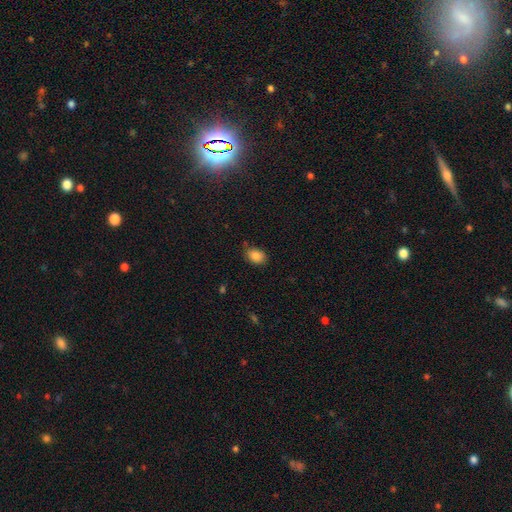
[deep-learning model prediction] Smooth or featured? smooth (85%)
How rounded? in between (72%)
Merging? none (77%)